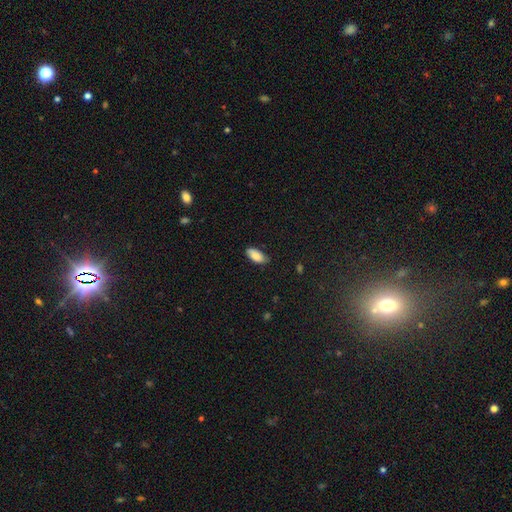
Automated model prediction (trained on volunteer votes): Smooth or featured? smooth (85%)
How rounded? in between (91%)
Merging? none (77%)